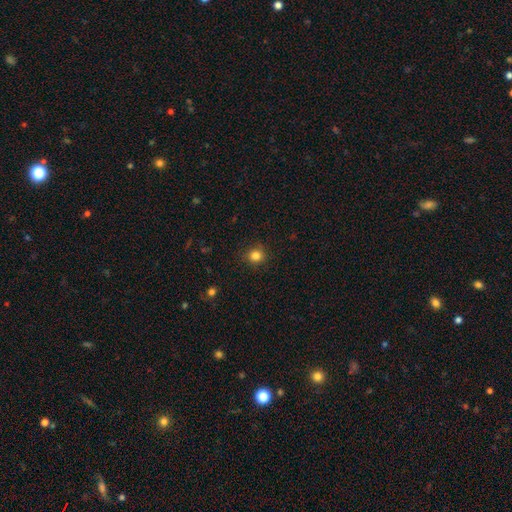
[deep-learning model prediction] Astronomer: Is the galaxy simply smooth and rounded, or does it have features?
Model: smooth — 83%.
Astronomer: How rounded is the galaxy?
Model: round — 89%.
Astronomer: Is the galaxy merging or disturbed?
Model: none — 89%.